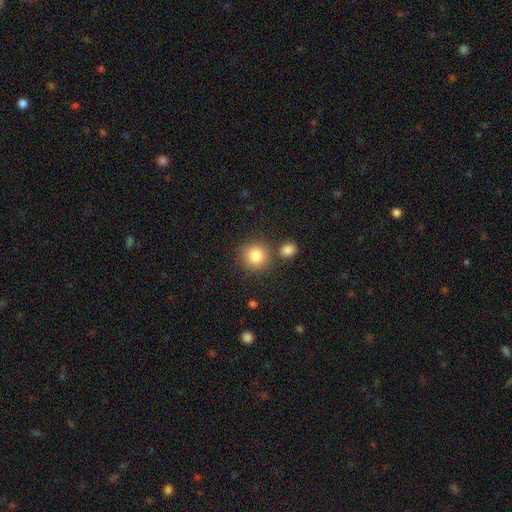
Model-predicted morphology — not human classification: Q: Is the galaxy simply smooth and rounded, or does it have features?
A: smooth — 84%.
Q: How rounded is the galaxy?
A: round — 91%.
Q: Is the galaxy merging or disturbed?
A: none — 76%.